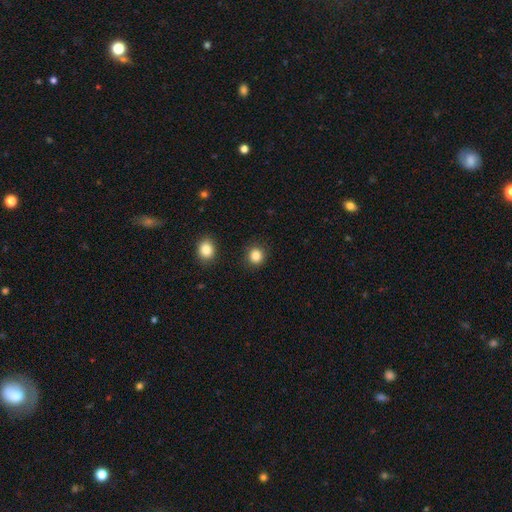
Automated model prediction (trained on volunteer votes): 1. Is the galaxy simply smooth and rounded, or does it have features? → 85% smooth, 11% star or artifact, 4% featured or disk.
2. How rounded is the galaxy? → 89% round, 10% in between, 1% cigar-shaped.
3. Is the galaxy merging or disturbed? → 90% none, 6% minor disturbance, 2% major disturbance, 2% merger.